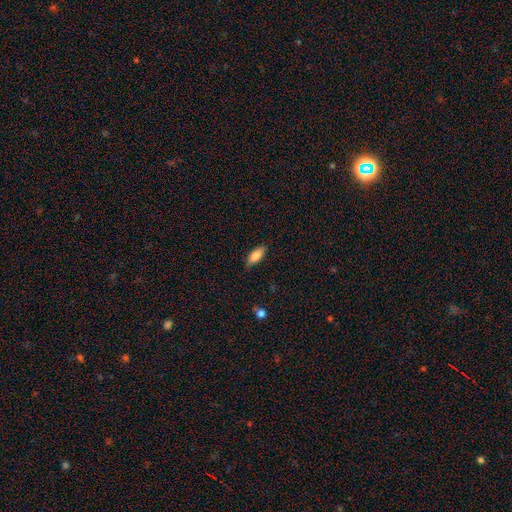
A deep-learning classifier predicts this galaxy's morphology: Smooth or featured: smooth — 79% (featured or disk — 14%)
How rounded: in between — 73% (cigar-shaped — 25%)
Merging: none — 81% (minor disturbance — 15%)